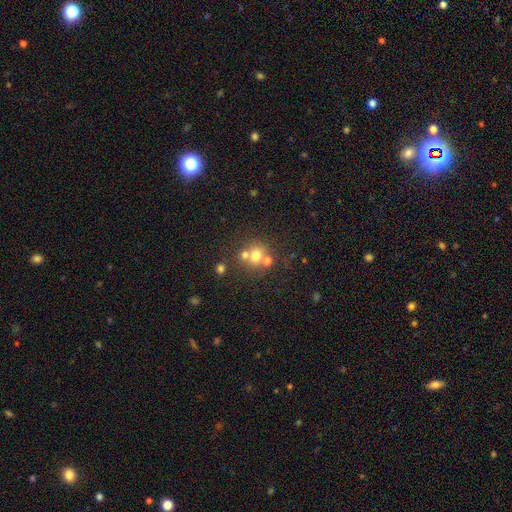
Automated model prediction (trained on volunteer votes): A smooth galaxy with no disk features (66%) that is round (77%). Merging: none (49%).